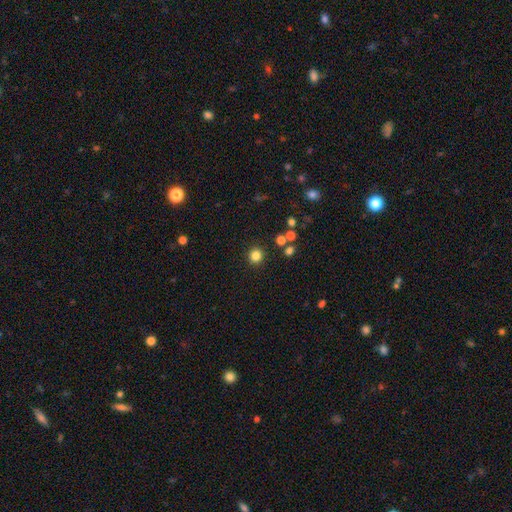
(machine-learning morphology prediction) type=smooth (82%); roundness=round (92%); merging=none (90%).